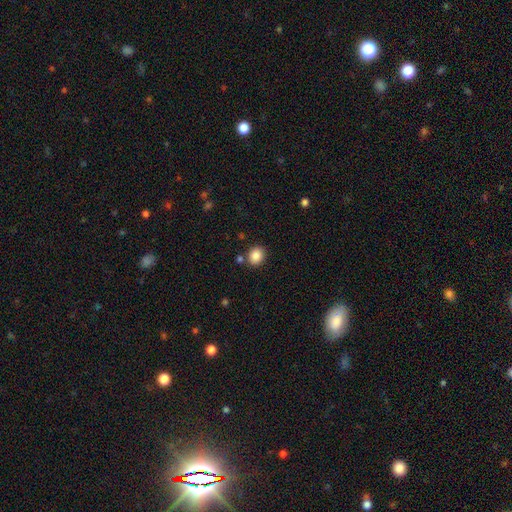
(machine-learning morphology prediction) type=smooth (87%); roundness=round (66%); merging=none (83%).